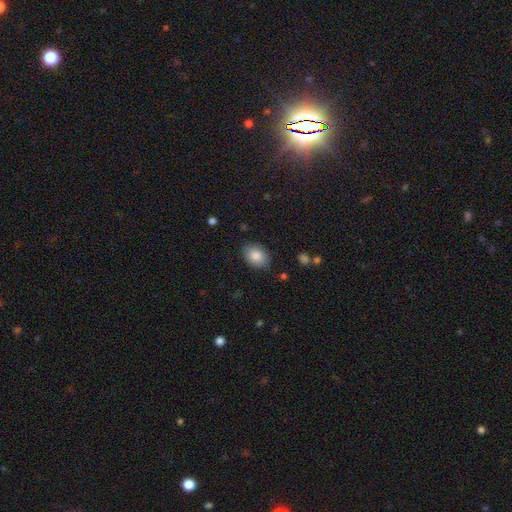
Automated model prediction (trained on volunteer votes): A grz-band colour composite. It shows a smooth galaxy with no disk features (86%) that is in between round and cigar-shaped (76%). Merging: none (84%).